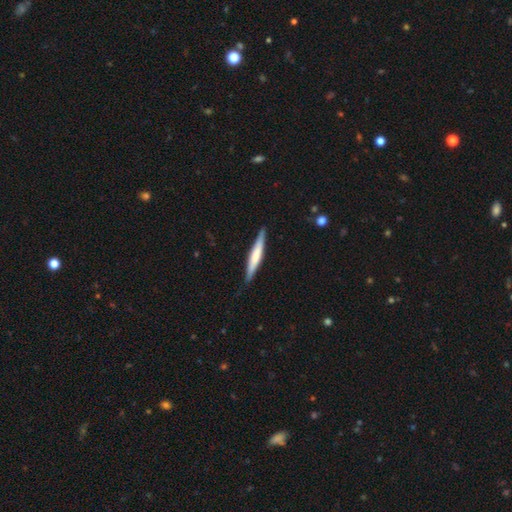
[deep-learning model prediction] This is possibly a smooth galaxy (52%). How rounded: clearly cigar-shaped (93%). Merging: clearly none (87%).